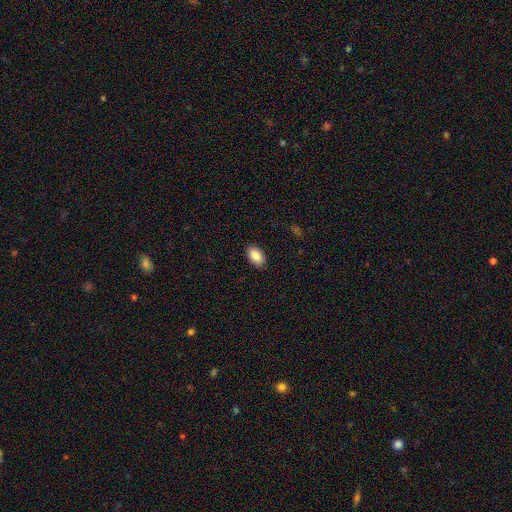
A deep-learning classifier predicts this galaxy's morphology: Smooth or featured? Predicted: smooth (p=0.89). How rounded? Predicted: in between (p=0.94). Merging? Predicted: none (p=0.90).